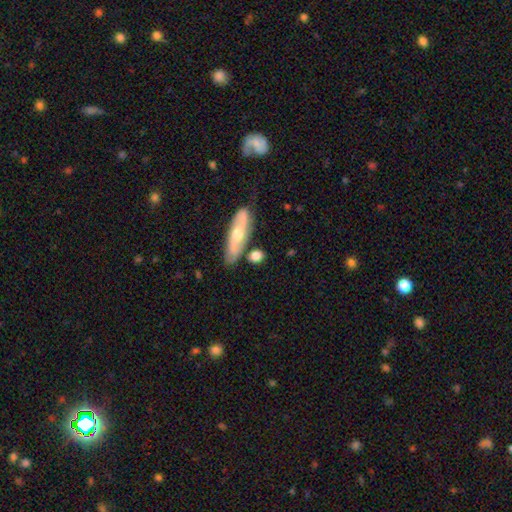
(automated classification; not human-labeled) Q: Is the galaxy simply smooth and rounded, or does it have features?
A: smooth — 72%.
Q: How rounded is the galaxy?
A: round — 44%.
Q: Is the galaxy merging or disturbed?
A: none — 68%.